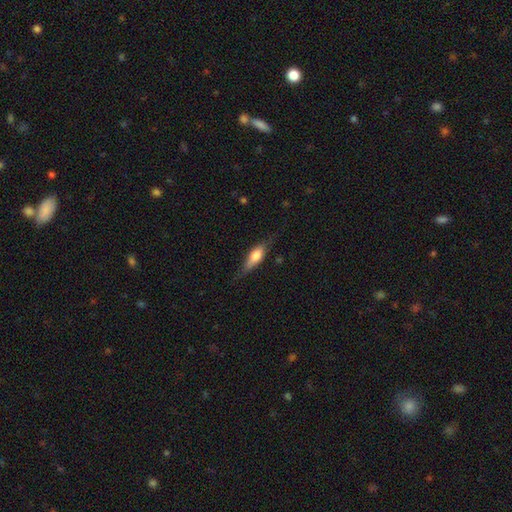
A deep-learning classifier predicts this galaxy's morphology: type=smooth (58%); roundness=in between (54%); merging=none (71%).